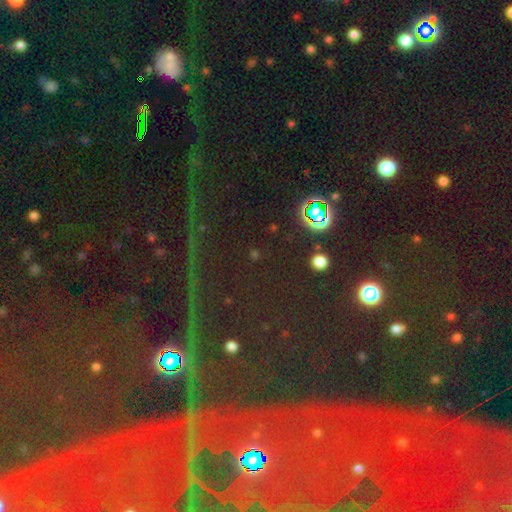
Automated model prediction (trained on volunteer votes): smooth_or_featured: star or artifact (p=0.77) [alt: smooth p=0.15]